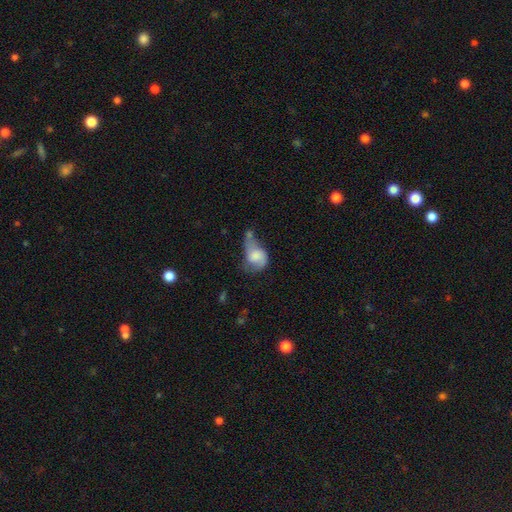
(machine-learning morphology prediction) Smooth or featured: smooth — 62% (featured or disk — 30%)
How rounded: in between — 63% (round — 35%)
Merging: major disturbance — 32% (merger — 26%)